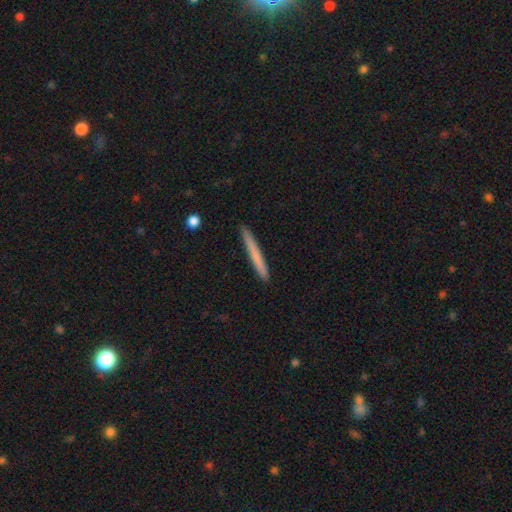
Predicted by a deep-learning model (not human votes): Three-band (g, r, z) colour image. It shows a smooth galaxy with no disk features (69%) that is cigar-shaped (97%). Merging: none (91%).